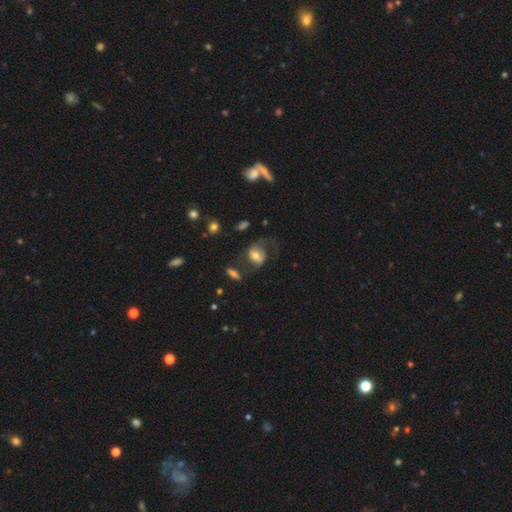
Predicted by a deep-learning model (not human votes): featured or disk 56%, smooth 36%, star or artifact 8%. Down the decision tree: edge-on disk — no (95%); bar — no (45%); spiral arms — yes (78%); bulge size — moderate (64%); merging — none (44%).